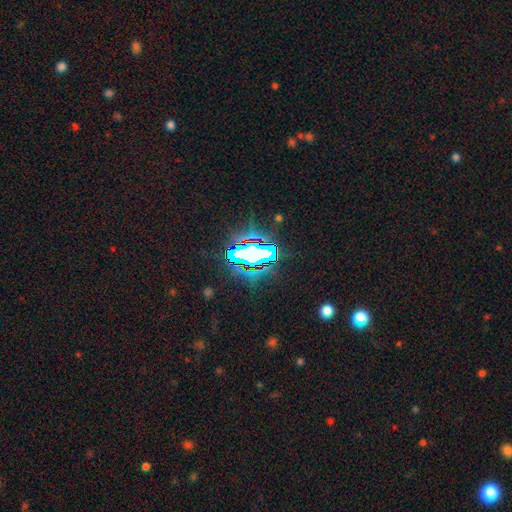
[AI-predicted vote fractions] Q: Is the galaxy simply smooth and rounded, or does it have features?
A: star or artifact — 69%.